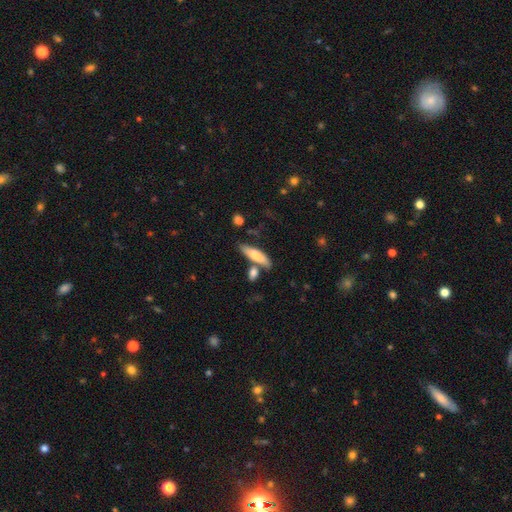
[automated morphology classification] Smooth or featured? Predicted: smooth (p=0.72). How rounded? Predicted: cigar-shaped (p=0.64). Merging? Predicted: none (p=0.64).